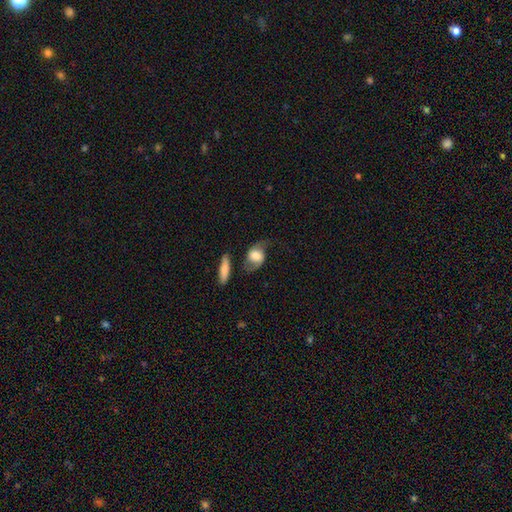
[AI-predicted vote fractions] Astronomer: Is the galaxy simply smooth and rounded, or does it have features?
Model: smooth — 50% (runner-up: featured or disk, 43%).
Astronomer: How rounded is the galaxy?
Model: in between — 69%.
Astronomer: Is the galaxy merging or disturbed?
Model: none — 50%.